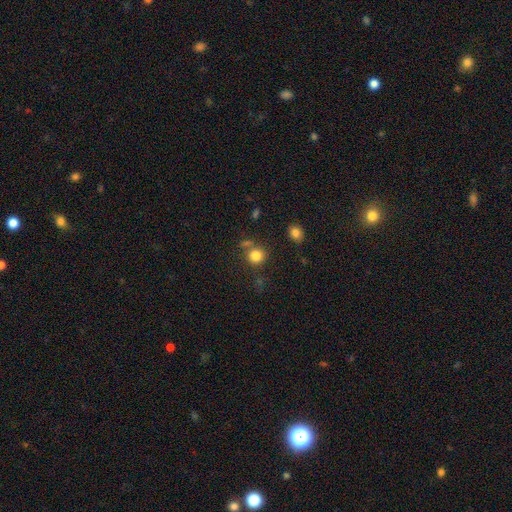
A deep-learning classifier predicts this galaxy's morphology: This is clearly a smooth galaxy (83%). How rounded: clearly round (88%). Merging: likely none (70%).